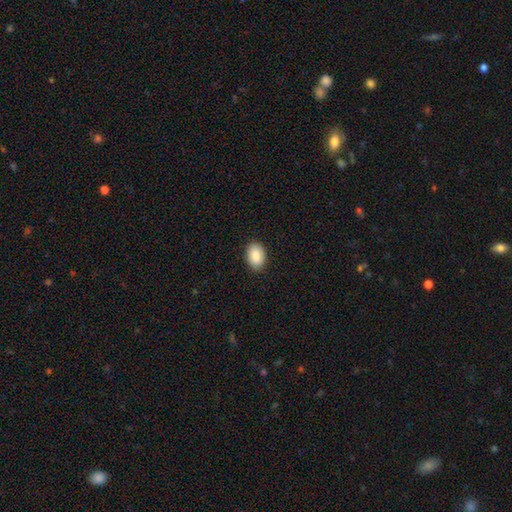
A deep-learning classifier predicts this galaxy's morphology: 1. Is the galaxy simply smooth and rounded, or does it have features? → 87% smooth, 7% featured or disk, 7% star or artifact.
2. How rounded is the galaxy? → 87% in between, 12% round, 1% cigar-shaped.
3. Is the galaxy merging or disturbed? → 89% none, 8% minor disturbance, 2% major disturbance, 1% merger.